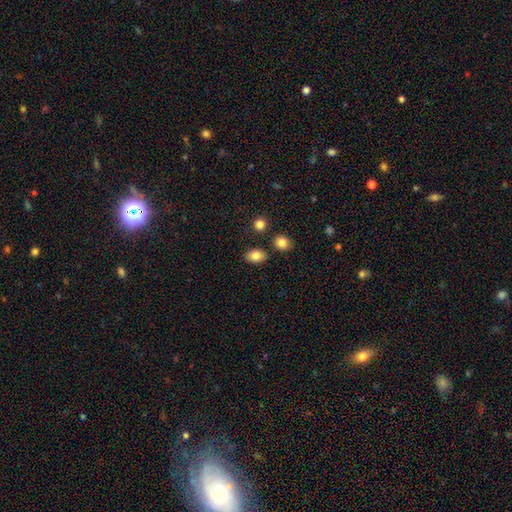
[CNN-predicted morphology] This appears to be a smooth galaxy with no disk features (84%) that is in between round and cigar-shaped (81%). Merging: none (81%).